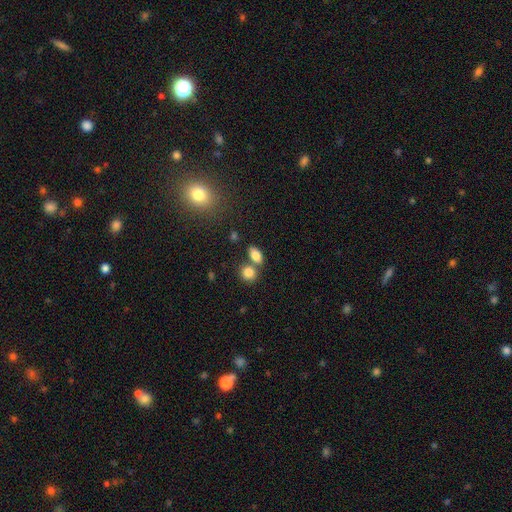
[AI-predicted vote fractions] smooth-or-featured: smooth: 82% | star or artifact: 10% | featured or disk: 8%
  how-rounded: in between: 79% | round: 17% | cigar-shaped: 4%
  merging: none: 56% | merger: 29% | minor disturbance: 11% | major disturbance: 4%